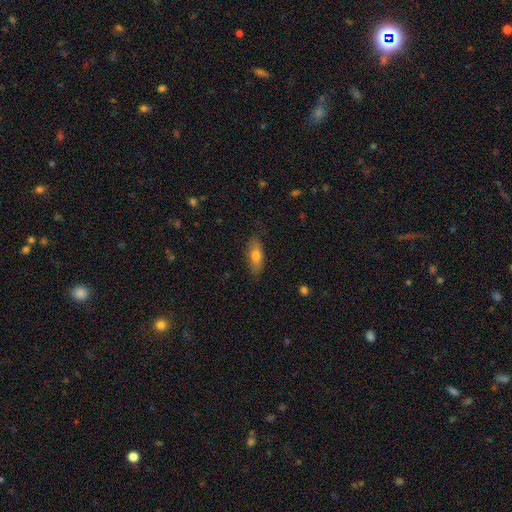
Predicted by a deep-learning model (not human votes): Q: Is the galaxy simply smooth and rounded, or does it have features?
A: smooth — 72%.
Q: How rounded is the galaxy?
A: in between — 71%.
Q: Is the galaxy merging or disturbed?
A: none — 81%.